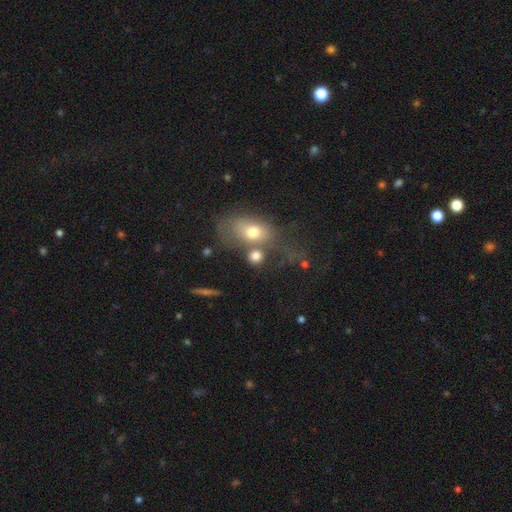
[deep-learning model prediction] This appears to be a smooth galaxy with no disk features (74%) that is round (58%). Merging: none (38%).